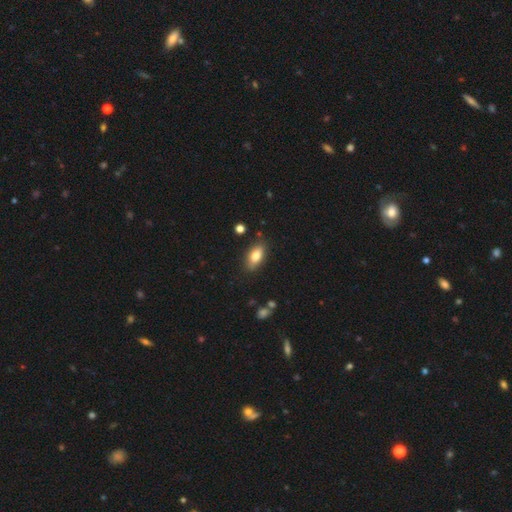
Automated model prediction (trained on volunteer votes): Smooth or featured: smooth — 80% (featured or disk — 13%)
How rounded: in between — 86% (cigar-shaped — 10%)
Merging: none — 84% (minor disturbance — 12%)